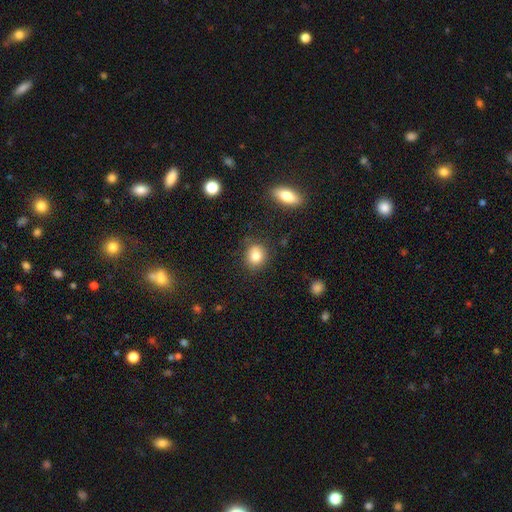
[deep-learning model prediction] A smooth galaxy with no disk features (83%) that is round (70%). Merging: none (81%).